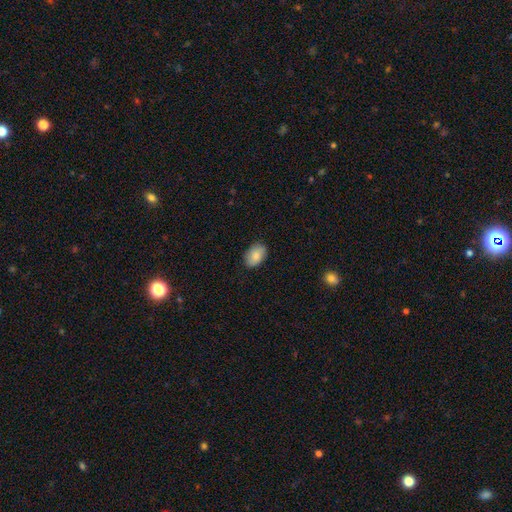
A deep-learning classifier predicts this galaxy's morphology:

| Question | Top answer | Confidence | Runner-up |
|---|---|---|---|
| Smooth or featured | smooth | 85% | featured or disk (8%) |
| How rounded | in between | 87% | round (12%) |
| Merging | none | 87% | minor disturbance (10%) |